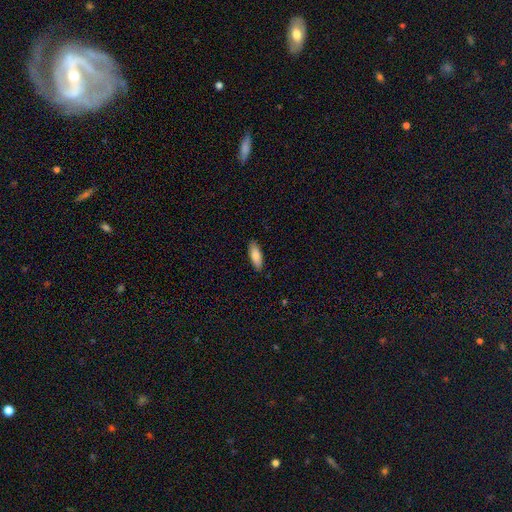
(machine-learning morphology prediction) A smooth galaxy with no disk features (86%) that is in between round and cigar-shaped (65%). Merging: none (88%).